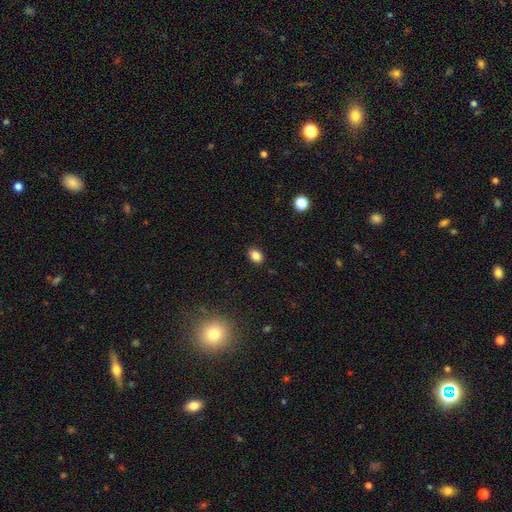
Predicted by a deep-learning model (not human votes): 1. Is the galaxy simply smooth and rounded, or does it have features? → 84% smooth, 11% star or artifact, 5% featured or disk.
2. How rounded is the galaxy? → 68% in between, 31% round, 1% cigar-shaped.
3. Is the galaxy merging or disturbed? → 87% none, 10% minor disturbance, 2% major disturbance, 1% merger.